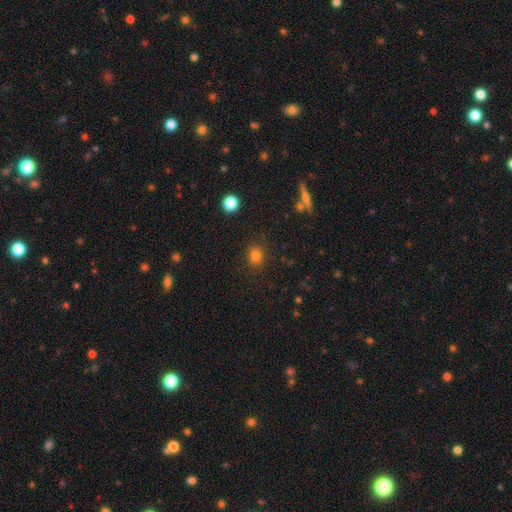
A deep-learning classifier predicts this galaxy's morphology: smooth-or-featured: smooth: 80% | star or artifact: 15% | featured or disk: 6%
  how-rounded: round: 63% | in between: 36% | cigar-shaped: 1%
  merging: none: 84% | minor disturbance: 10% | major disturbance: 4% | merger: 2%